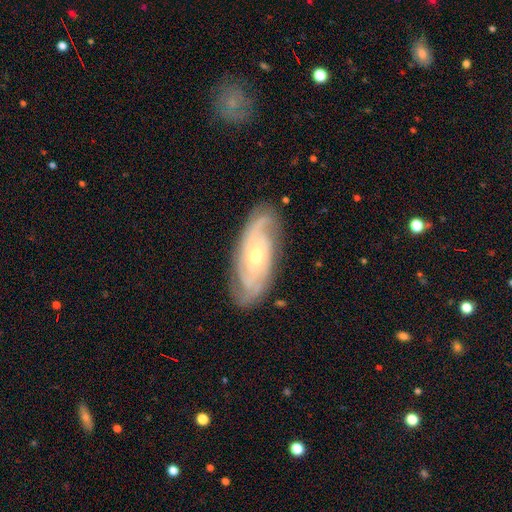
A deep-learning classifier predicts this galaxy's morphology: type=featured or disk (85%); edge-on=no (92%); bar=no (66%); spiral arms=yes (96%); winding=tight (59%); arm count=2 (37%); bulge=small (53%); merging=none (81%).